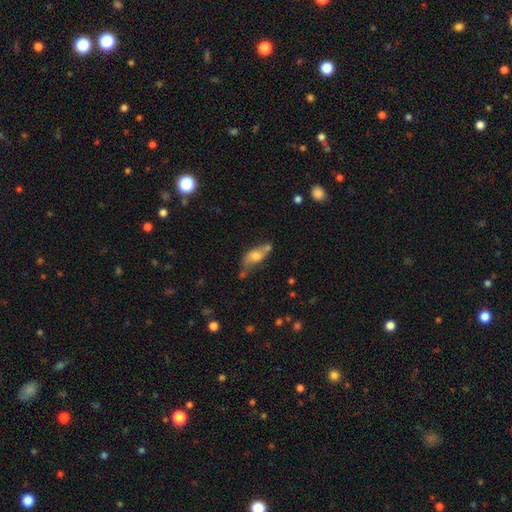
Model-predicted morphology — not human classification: A smooth galaxy with no disk features (60%) that is in between round and cigar-shaped (74%).

Vote fractions:
- Smooth or featured? smooth: 60% / featured or disk: 31% / star or artifact: 9%
- How rounded? in between: 74% / cigar-shaped: 20% / round: 6%
- Merging? none: 39% / merger: 26% / minor disturbance: 24% / major disturbance: 11%